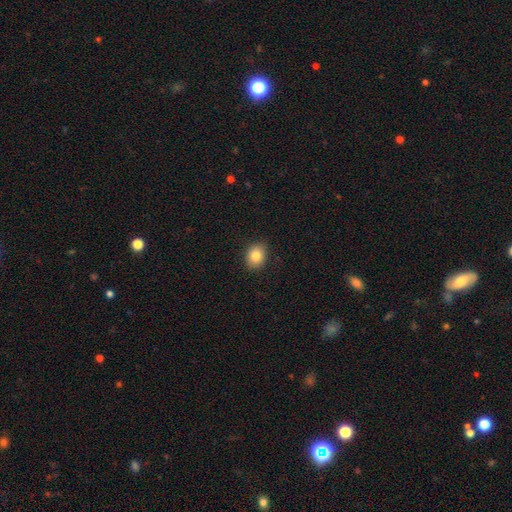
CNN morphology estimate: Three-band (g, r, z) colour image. It shows a smooth galaxy with no disk features (83%) that is in between round and cigar-shaped (54%). Merging: none (88%).